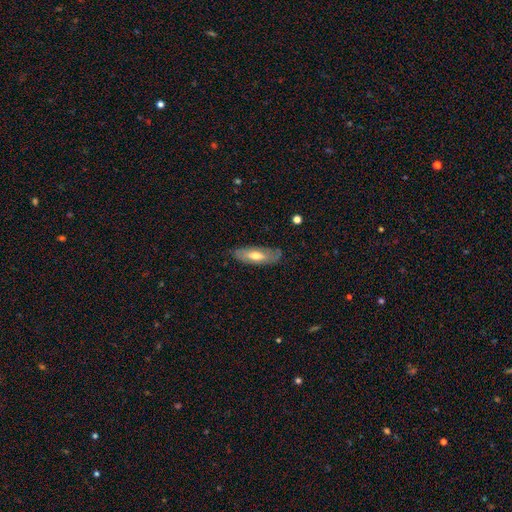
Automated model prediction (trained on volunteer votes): Overall: smooth (53%; featured or disk 41%). How rounded: in between (65%; cigar-shaped 33%). Merging: none (78%).